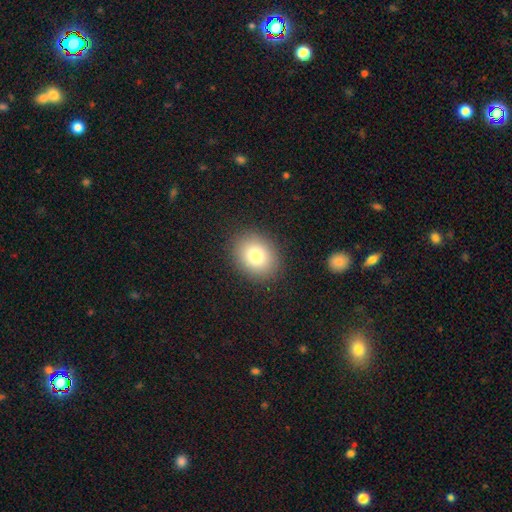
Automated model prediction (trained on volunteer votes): smooth 79%, star or artifact 11%, featured or disk 10%. Down the decision tree: how rounded — round (55%); merging — none (89%).